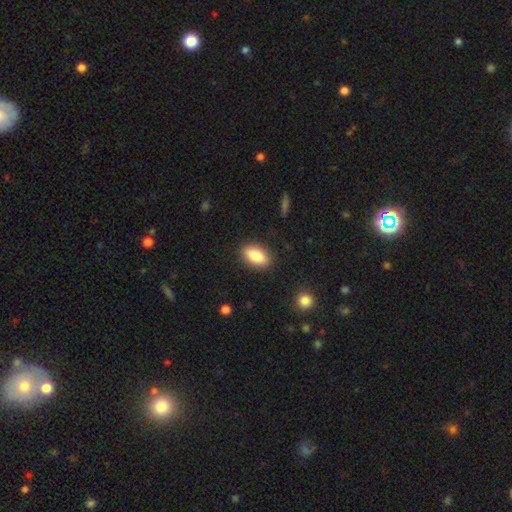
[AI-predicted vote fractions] The model was most divided on "smooth or featured": smooth: 85%, featured or disk: 8%, star or artifact: 7%. More confident: how rounded — in between (89%); merging — none (87%).